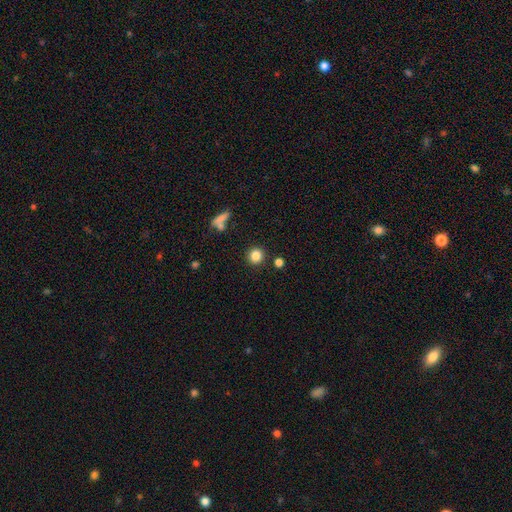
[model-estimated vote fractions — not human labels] Q: Smooth or featured?
A: smooth (83%); runner-up: star or artifact (11%)
Q: How rounded?
A: round (93%); runner-up: in between (5%)
Q: Merging?
A: none (86%); runner-up: minor disturbance (6%)